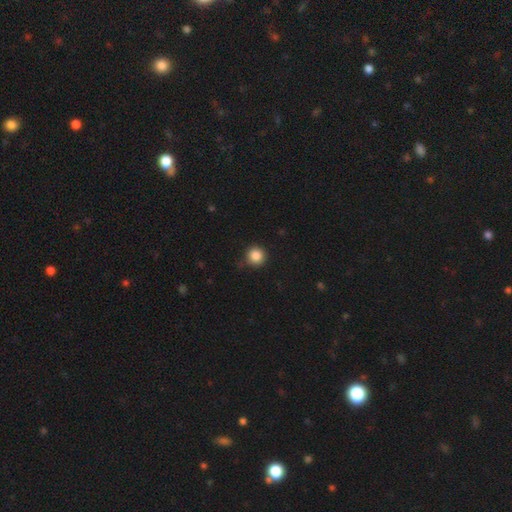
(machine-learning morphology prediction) Q: Smooth or featured?
A: smooth (86%); runner-up: star or artifact (10%)
Q: How rounded?
A: round (95%); runner-up: in between (4%)
Q: Merging?
A: none (83%); runner-up: minor disturbance (12%)